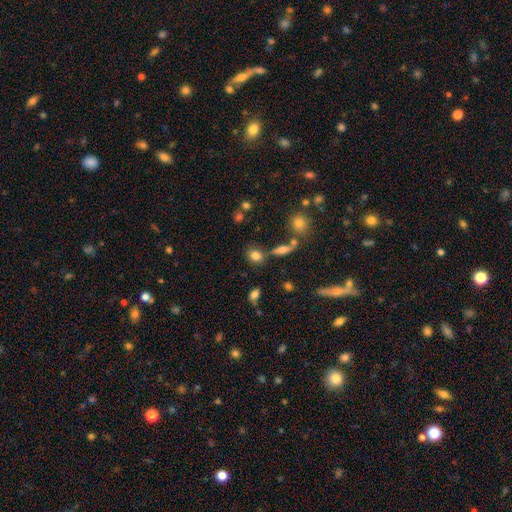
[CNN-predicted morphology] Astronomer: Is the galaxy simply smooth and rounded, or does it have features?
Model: smooth — 79%.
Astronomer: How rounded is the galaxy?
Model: in between — 52% (runner-up: round, 45%).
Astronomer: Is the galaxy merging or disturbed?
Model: none — 69%.